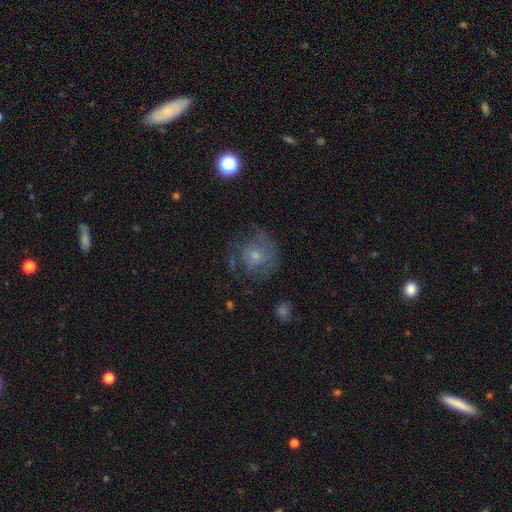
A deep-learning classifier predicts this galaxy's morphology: Overall: smooth (49%; featured or disk 39%). Merging: none (54%; minor disturbance 23%).